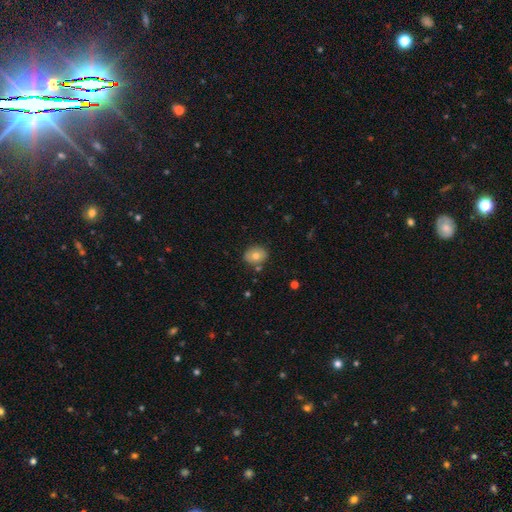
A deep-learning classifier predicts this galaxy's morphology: This is likely a smooth galaxy (74%). How rounded: possibly round (57%). Merging: clearly none (80%).